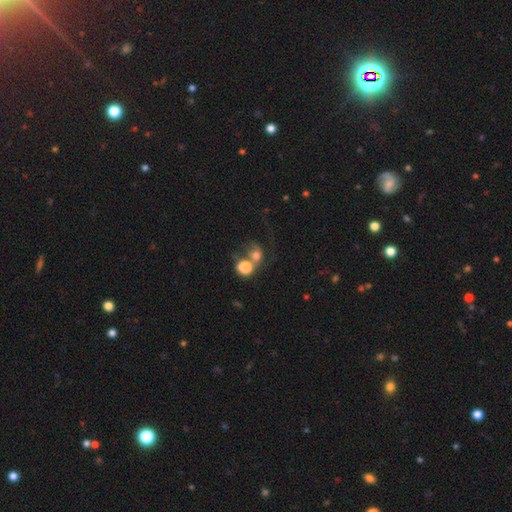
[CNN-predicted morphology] Smooth or featured?
  - smooth: 65% *
  - featured or disk: 21%
  - star or artifact: 14%
How rounded?
  - round: 72% *
  - in between: 27%
  - cigar-shaped: 1%
Merging?
  - merger: 50% *
  - none: 26%
  - major disturbance: 14%
  - minor disturbance: 10%